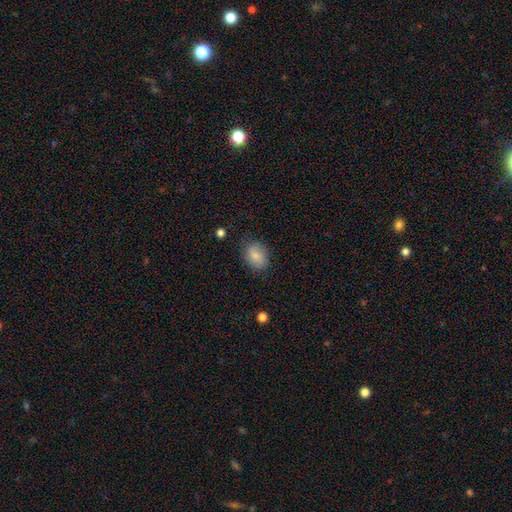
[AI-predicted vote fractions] A smooth galaxy with no disk features (82%) that is in between round and cigar-shaped (68%).

Vote fractions:
- Smooth or featured? smooth: 82% / featured or disk: 10% / star or artifact: 8%
- How rounded? in between: 68% / round: 31% / cigar-shaped: 1%
- Merging? none: 78% / minor disturbance: 17% / major disturbance: 4% / merger: 1%